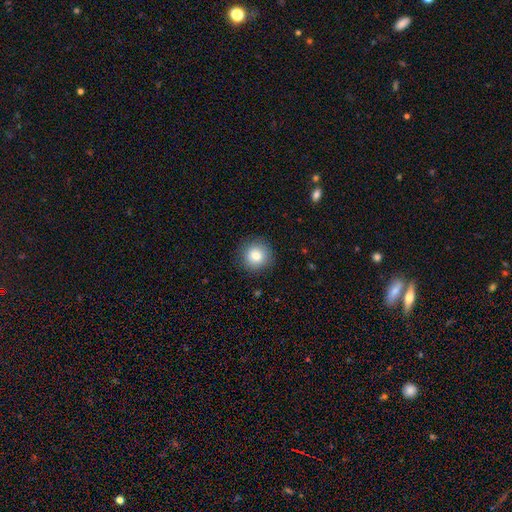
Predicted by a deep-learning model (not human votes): Morphology: type=smooth (82%); roundness=round (93%); merging=none (90%).